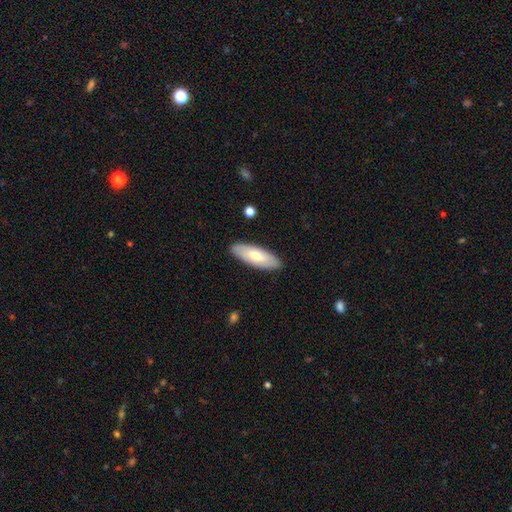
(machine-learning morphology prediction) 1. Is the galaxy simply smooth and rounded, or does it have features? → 64% smooth, 31% featured or disk, 5% star or artifact.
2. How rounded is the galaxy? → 72% in between, 26% cigar-shaped, 2% round.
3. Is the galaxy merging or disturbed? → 89% none, 8% minor disturbance, 2% major disturbance, 1% merger.